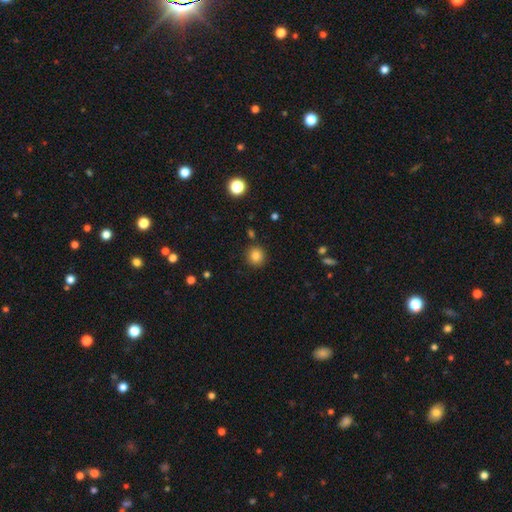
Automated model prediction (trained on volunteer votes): This appears to be a smooth galaxy with no disk features (84%) that is round (91%). Merging: none (88%).